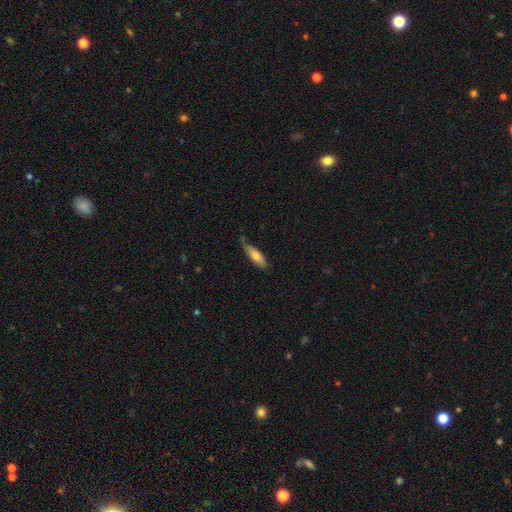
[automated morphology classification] The model was most divided on "how rounded": cigar-shaped: 52%, in between: 46%, round: 2%. More confident: smooth or featured — smooth (72%); merging — none (61%).